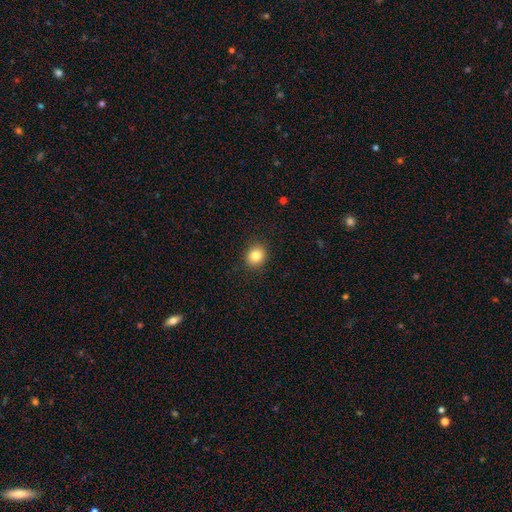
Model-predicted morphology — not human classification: type=smooth (82%); roundness=round (75%); merging=none (90%).